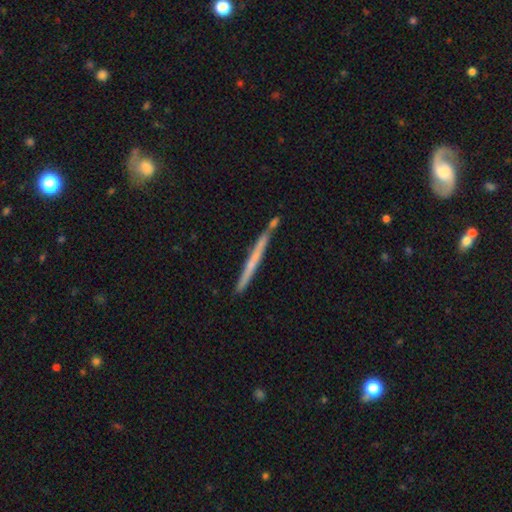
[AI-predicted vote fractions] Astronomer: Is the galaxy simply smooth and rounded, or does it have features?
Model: featured or disk — 57% (runner-up: smooth, 37%).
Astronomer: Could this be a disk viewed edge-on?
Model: yes — 97%.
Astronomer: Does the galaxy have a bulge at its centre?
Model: none — 76%.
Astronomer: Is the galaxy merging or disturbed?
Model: none — 88%.